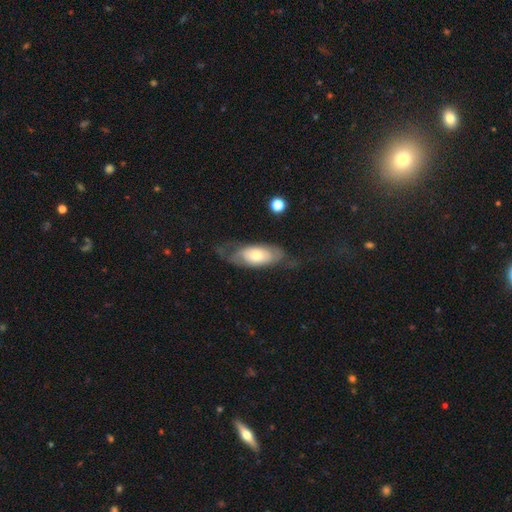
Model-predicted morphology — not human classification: featured or disk 49%, smooth 44%, star or artifact 6%. Down the decision tree: merging — none (53%).